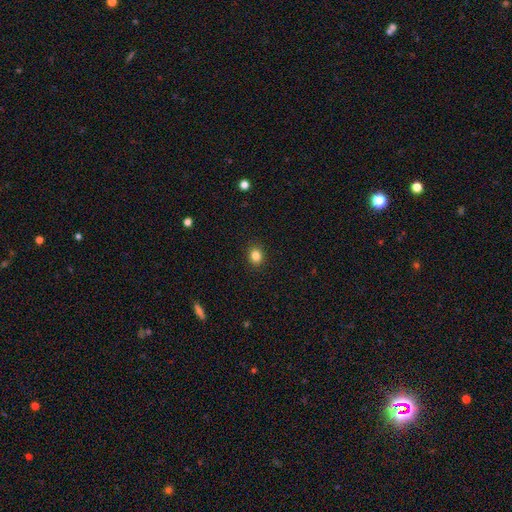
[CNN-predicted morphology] Smooth or featured: smooth — 84% (star or artifact — 11%)
How rounded: round — 65% (in between — 34%)
Merging: none — 91% (minor disturbance — 6%)